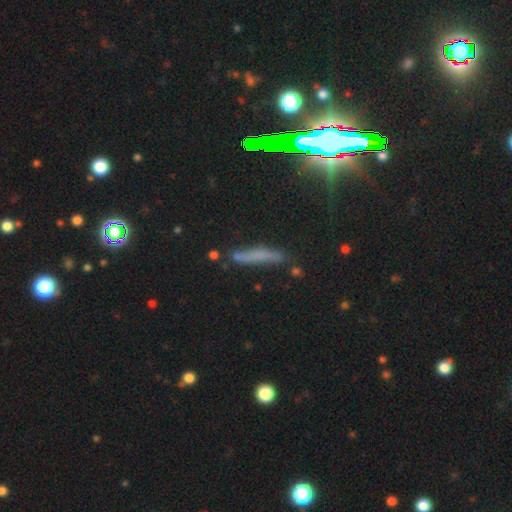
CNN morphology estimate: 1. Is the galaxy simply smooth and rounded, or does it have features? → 47% smooth, 28% featured or disk, 25% star or artifact.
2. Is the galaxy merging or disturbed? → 76% none, 16% minor disturbance, 5% major disturbance, 3% merger.